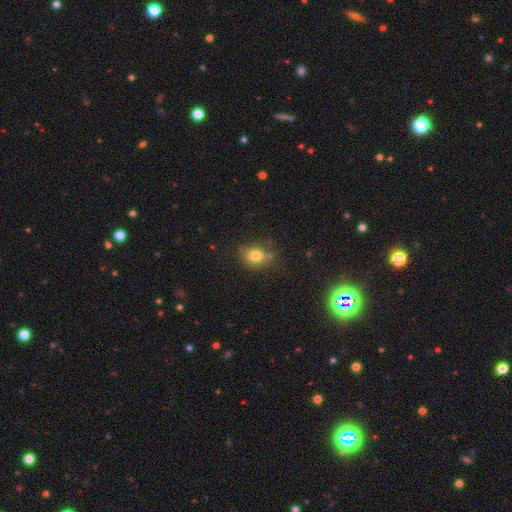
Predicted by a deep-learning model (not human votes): Smooth or featured: smooth — 78% (star or artifact — 11%)
How rounded: in between — 58% (round — 41%)
Merging: none — 61% (minor disturbance — 21%)